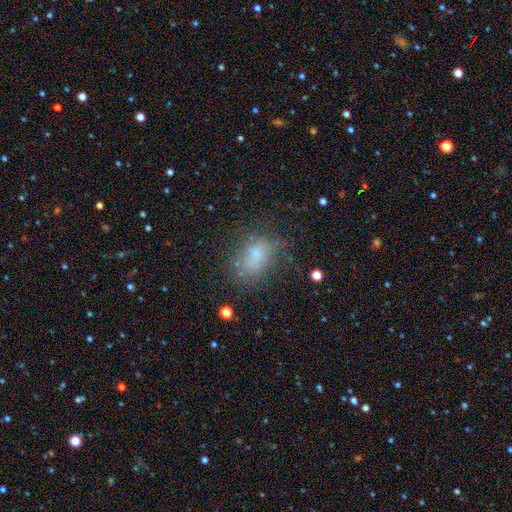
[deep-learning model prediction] This is likely a smooth galaxy (66%). How rounded: likely in between (78%). Merging: possibly none (55%).